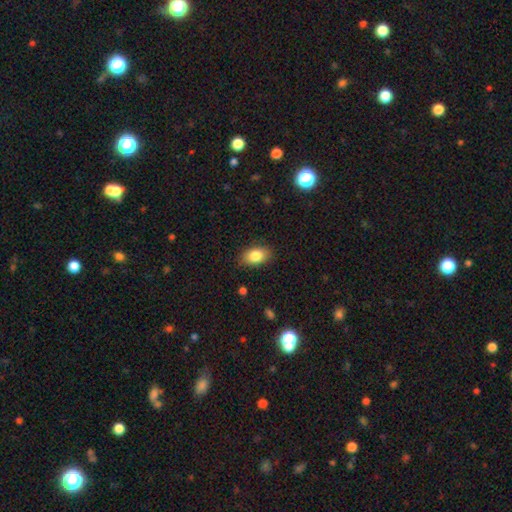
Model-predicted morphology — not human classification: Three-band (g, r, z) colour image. It shows a smooth galaxy with no disk features (83%) that is in between round and cigar-shaped (88%). Merging: none (85%).